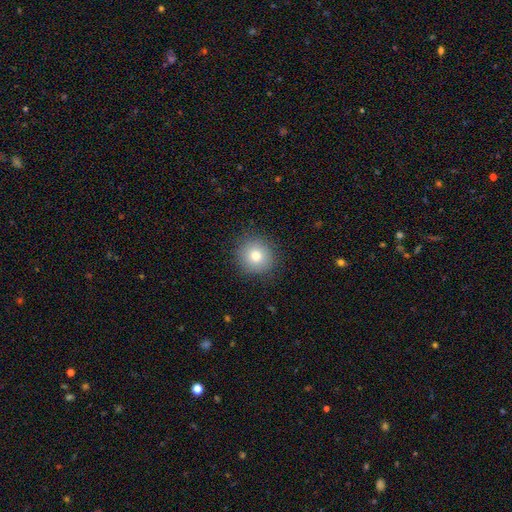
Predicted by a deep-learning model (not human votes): smooth 78%, star or artifact 11%, featured or disk 11%. Down the decision tree: how rounded — round (92%); merging — none (89%).